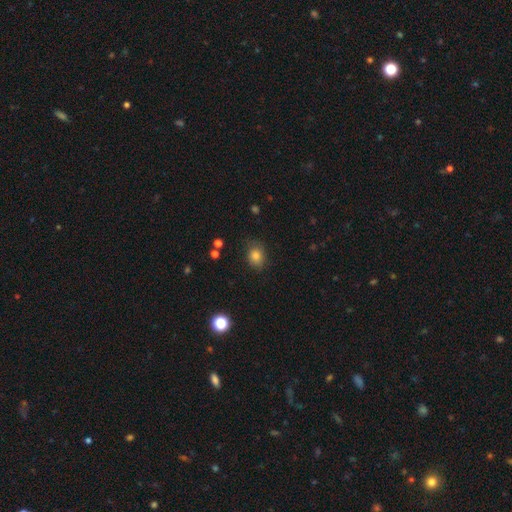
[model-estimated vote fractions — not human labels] Smooth or featured? Predicted: smooth (p=0.81). How rounded? Predicted: round (p=0.51). Merging? Predicted: none (p=0.77).